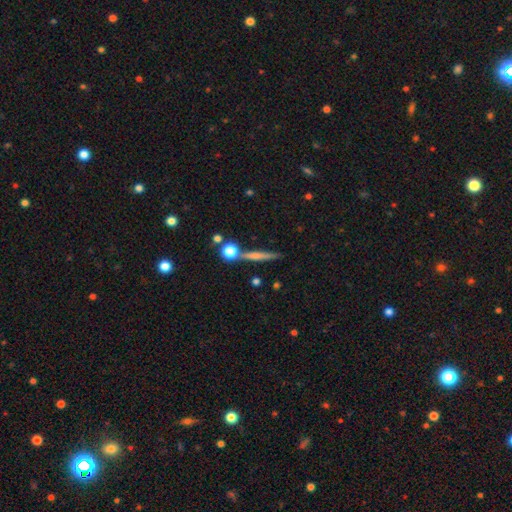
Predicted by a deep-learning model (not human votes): This is possibly a smooth galaxy (51%). How rounded: clearly cigar-shaped (84%). Merging: likely none (78%).